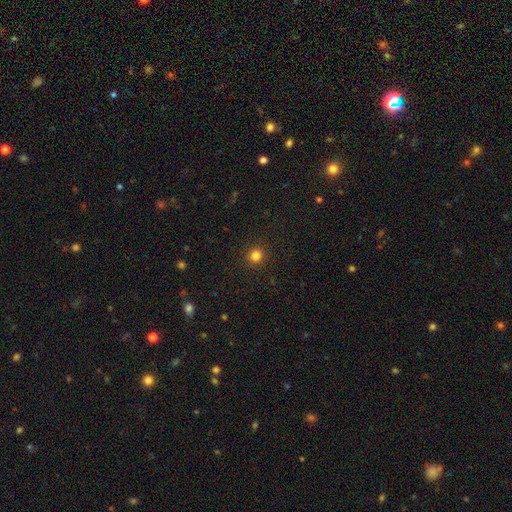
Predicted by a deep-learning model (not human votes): Smooth or featured: smooth — 83% (star or artifact — 13%)
How rounded: round — 95% (in between — 4%)
Merging: none — 93% (minor disturbance — 5%)